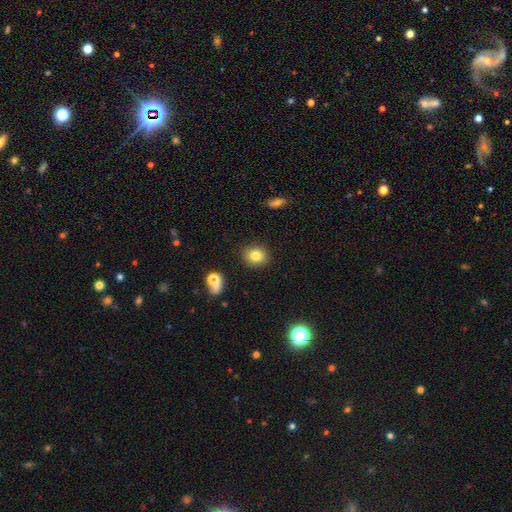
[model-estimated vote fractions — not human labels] Smooth or featured? smooth (81%)
How rounded? round (70%)
Merging? none (88%)